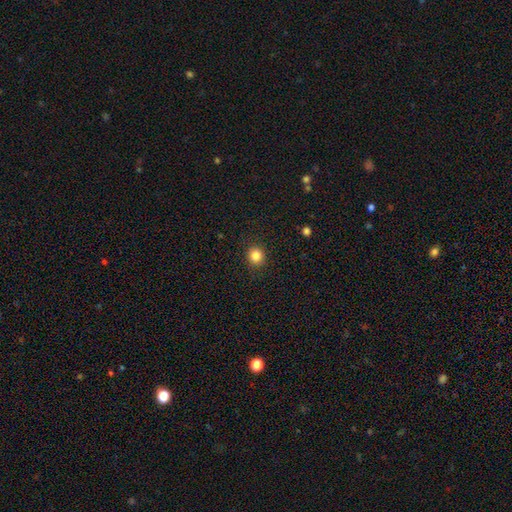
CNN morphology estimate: This appears to be a smooth galaxy with no disk features (85%) that is round (88%). Merging: none (91%).